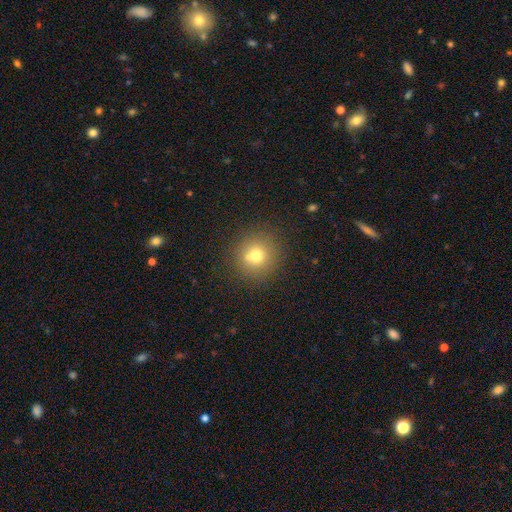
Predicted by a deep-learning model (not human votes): Smooth or featured?
  - smooth: 70% *
  - star or artifact: 16%
  - featured or disk: 14%
How rounded?
  - round: 91% *
  - in between: 8%
  - cigar-shaped: 1%
Merging?
  - none: 71% *
  - merger: 17%
  - minor disturbance: 9%
  - major disturbance: 3%